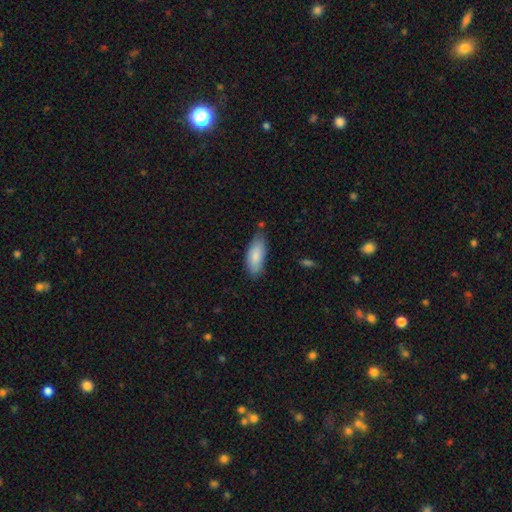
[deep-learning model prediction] Smooth or featured: smooth — 84% (featured or disk — 10%)
How rounded: in between — 81% (cigar-shaped — 17%)
Merging: none — 69% (minor disturbance — 25%)